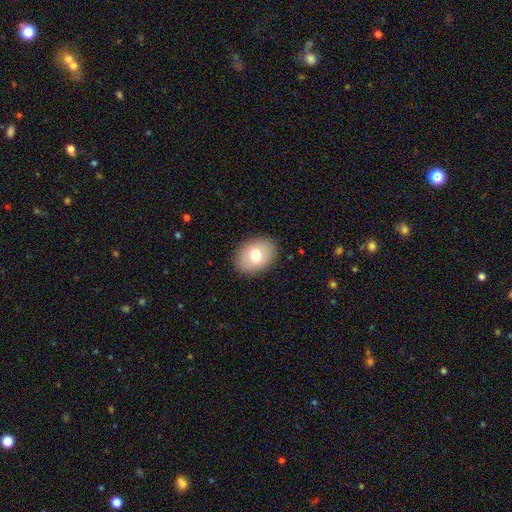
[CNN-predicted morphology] This is likely a smooth galaxy (74%). How rounded: likely in between (70%). Merging: clearly none (88%).